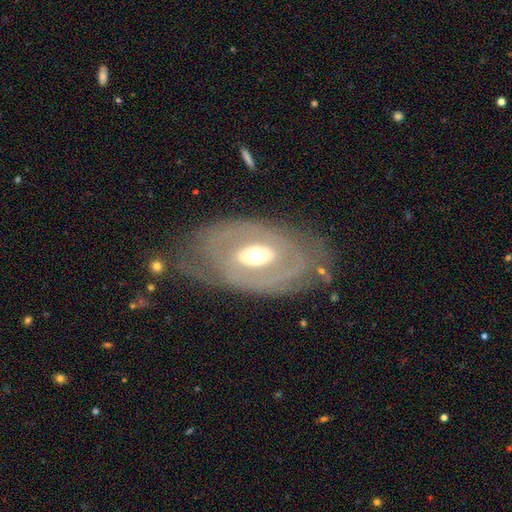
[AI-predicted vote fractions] A featured or disk galaxy (75%) with no bar (53%), no spiral arms (53%) and a moderate central bulge (67%). Merging: none (71%).